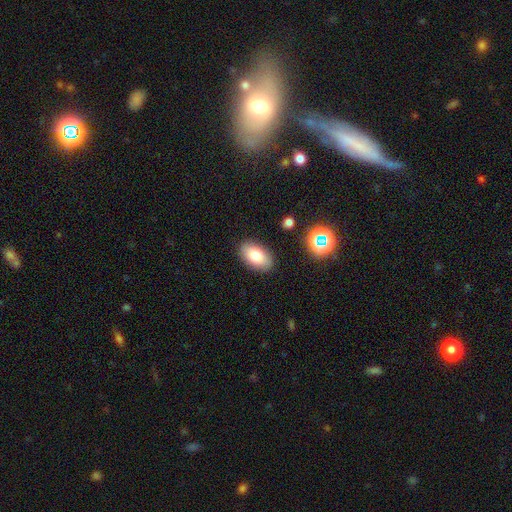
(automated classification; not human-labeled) smooth-or-featured: smooth: 79% | featured or disk: 12% | star or artifact: 9%
  how-rounded: in between: 93% | round: 6% | cigar-shaped: 2%
  merging: none: 87% | minor disturbance: 9% | major disturbance: 2% | merger: 2%